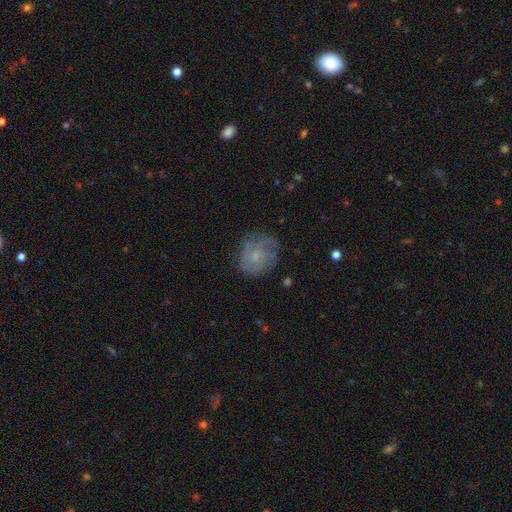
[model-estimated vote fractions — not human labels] smooth-or-featured: featured or disk: 46% | smooth: 45% | star or artifact: 9%
  merging: none: 65% | minor disturbance: 23% | major disturbance: 11% | merger: 1%